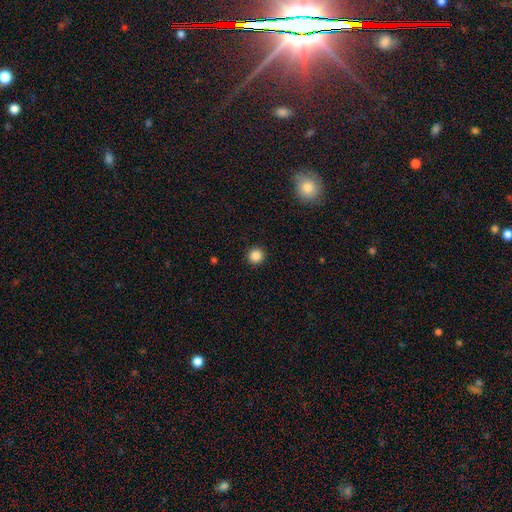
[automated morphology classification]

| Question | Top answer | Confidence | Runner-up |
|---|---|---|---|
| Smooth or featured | smooth | 86% | star or artifact (11%) |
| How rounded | round | 95% | in between (4%) |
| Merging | none | 93% | minor disturbance (5%) |